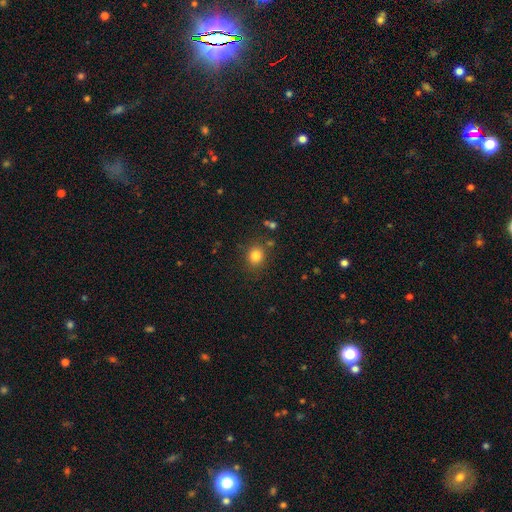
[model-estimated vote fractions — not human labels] smooth 82%, star or artifact 12%, featured or disk 6%. Down the decision tree: how rounded — round (73%); merging — none (83%).